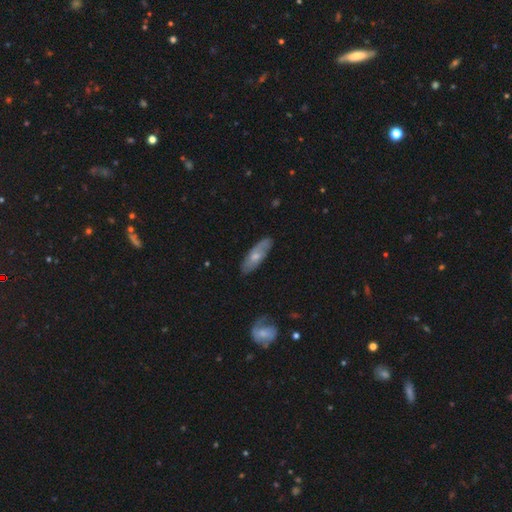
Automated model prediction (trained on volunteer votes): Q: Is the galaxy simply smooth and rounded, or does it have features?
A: smooth — 48%.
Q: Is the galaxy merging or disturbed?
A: none — 79%.